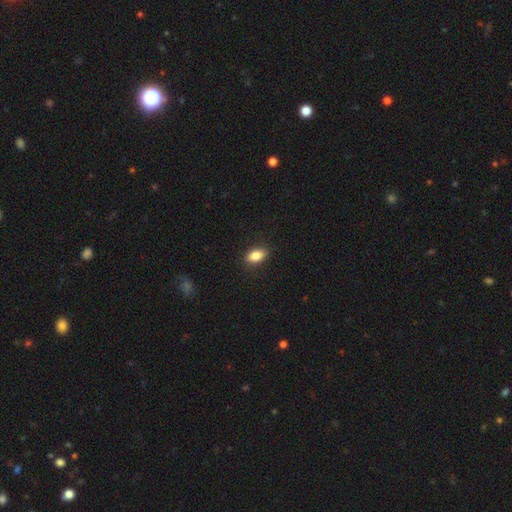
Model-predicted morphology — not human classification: Overall: smooth (84%). How rounded: in between (87%). Merging: none (88%).